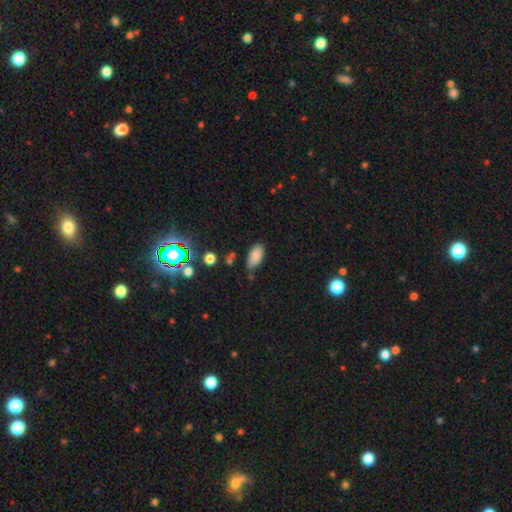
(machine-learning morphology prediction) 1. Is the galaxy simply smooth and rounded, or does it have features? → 83% smooth, 11% star or artifact, 6% featured or disk.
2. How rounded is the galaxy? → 92% in between, 4% cigar-shaped, 3% round.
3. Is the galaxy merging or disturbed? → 62% none, 28% minor disturbance, 5% major disturbance, 5% merger.